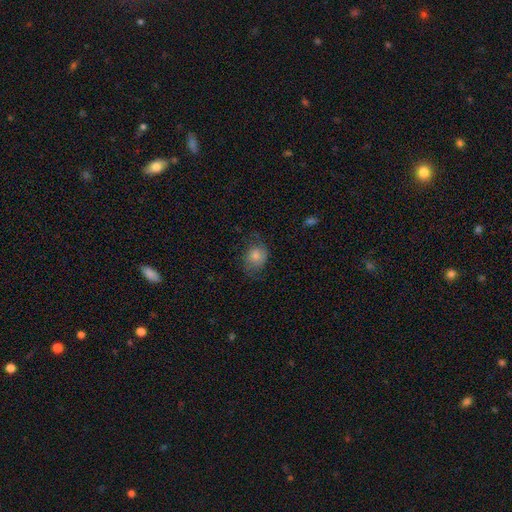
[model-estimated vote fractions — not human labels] The model was most divided on "how rounded": round: 54%, in between: 45%, cigar-shaped: 1%. More confident: smooth or featured — smooth (64%); merging — none (63%).